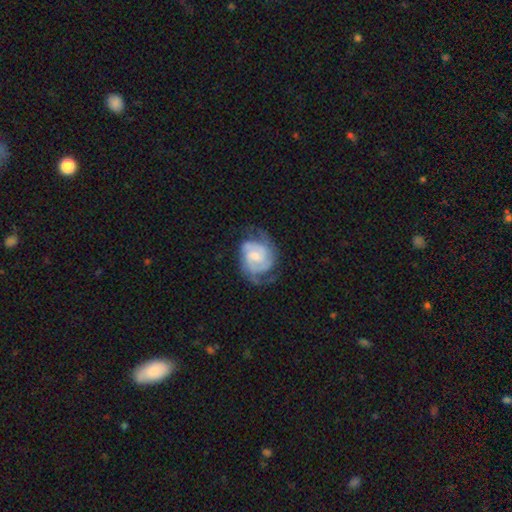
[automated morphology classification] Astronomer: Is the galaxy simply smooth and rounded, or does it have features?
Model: featured or disk — 82%.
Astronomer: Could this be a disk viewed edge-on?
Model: no — 98%.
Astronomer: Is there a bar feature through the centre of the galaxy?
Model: no — 47% (runner-up: weak, 44%).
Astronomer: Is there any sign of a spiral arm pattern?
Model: yes — 95%.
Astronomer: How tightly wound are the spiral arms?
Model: tight — 49% (runner-up: medium, 40%).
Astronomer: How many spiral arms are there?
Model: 2 — 53%.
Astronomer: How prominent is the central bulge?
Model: small — 50% (runner-up: moderate, 41%).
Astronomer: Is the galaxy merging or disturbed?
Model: none — 58%.